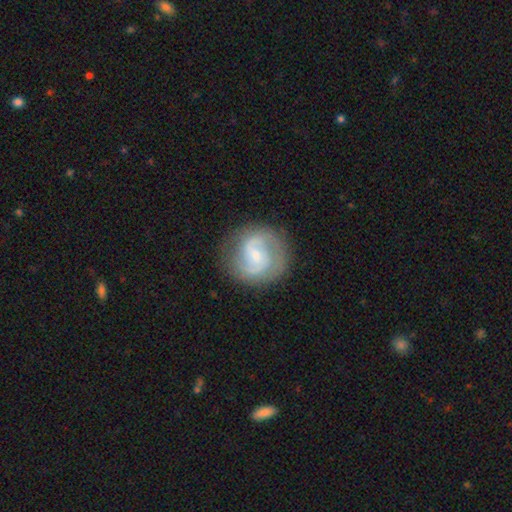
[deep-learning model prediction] Overall: featured or disk (79%). Edge-on disk: no (98%). Bar: weak (52%; no 35%). Spiral arms: yes (94%). Spiral arm count: 2 (81%). Spiral winding: medium (48%; tight 32%). Bulge size: small (68%). Merging: none (80%).